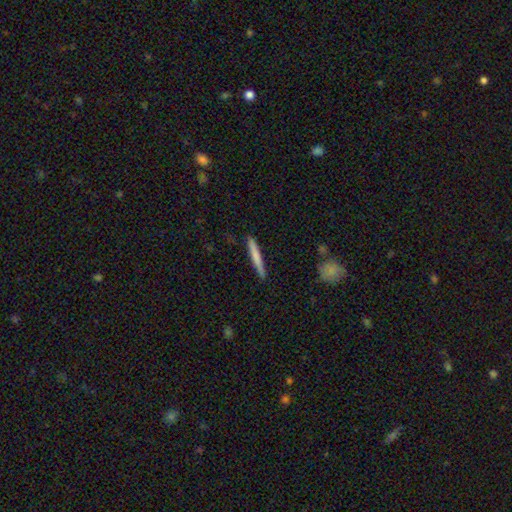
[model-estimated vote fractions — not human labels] Q: Smooth or featured?
A: smooth (68%); runner-up: featured or disk (27%)
Q: How rounded?
A: cigar-shaped (96%); runner-up: in between (3%)
Q: Merging?
A: none (88%); runner-up: minor disturbance (9%)